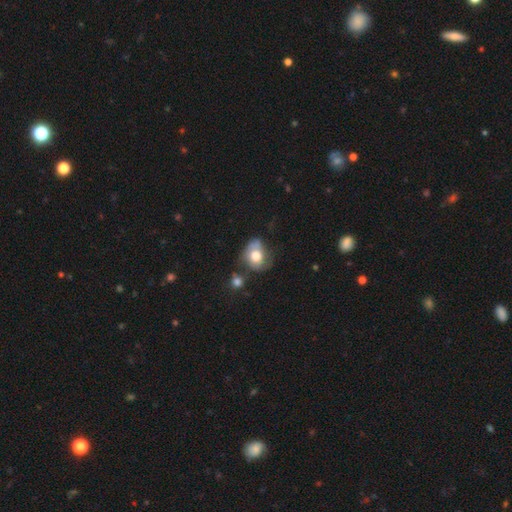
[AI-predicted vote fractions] Smooth or featured?
  - smooth: 62% *
  - featured or disk: 30%
  - star or artifact: 8%
How rounded?
  - in between: 52% *
  - round: 47%
  - cigar-shaped: 1%
Merging?
  - none: 37% *
  - minor disturbance: 31%
  - major disturbance: 20%
  - merger: 12%